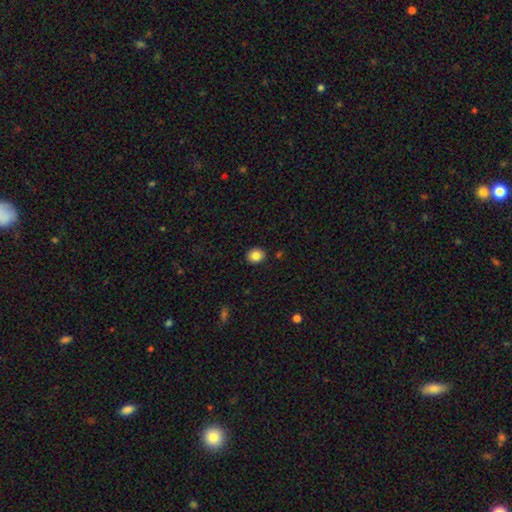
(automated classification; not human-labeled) This appears to be a smooth galaxy with no disk features (85%) that is round (69%). Merging: none (90%).